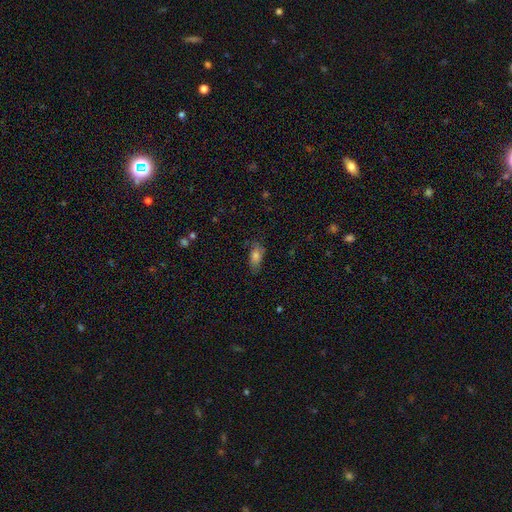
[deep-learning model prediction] A smooth galaxy with no disk features (76%) that is in between round and cigar-shaped (84%).

Vote fractions:
- Smooth or featured? smooth: 76% / featured or disk: 14% / star or artifact: 10%
- How rounded? in between: 84% / cigar-shaped: 9% / round: 6%
- Merging? none: 67% / minor disturbance: 24% / major disturbance: 7% / merger: 2%